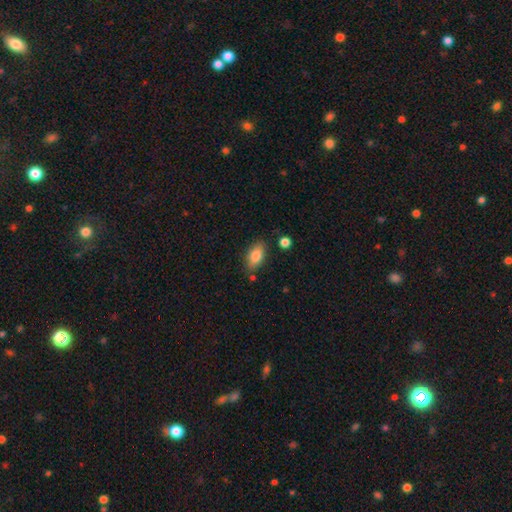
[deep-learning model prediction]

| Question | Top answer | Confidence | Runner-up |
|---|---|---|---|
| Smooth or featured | smooth | 81% | featured or disk (11%) |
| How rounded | in between | 89% | cigar-shaped (7%) |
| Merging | none | 80% | minor disturbance (13%) |